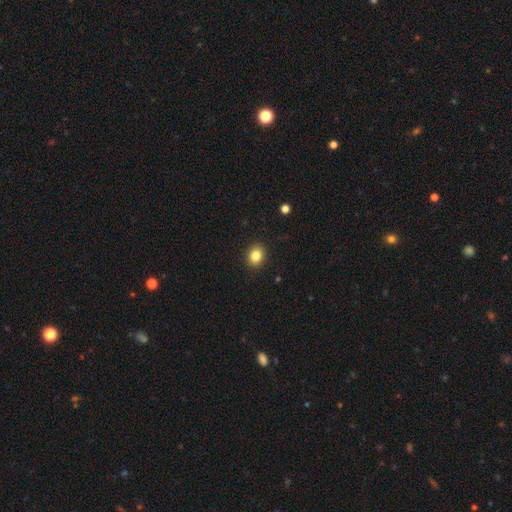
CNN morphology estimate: A smooth galaxy with no disk features (83%) that is round (56%). Merging: none (91%).